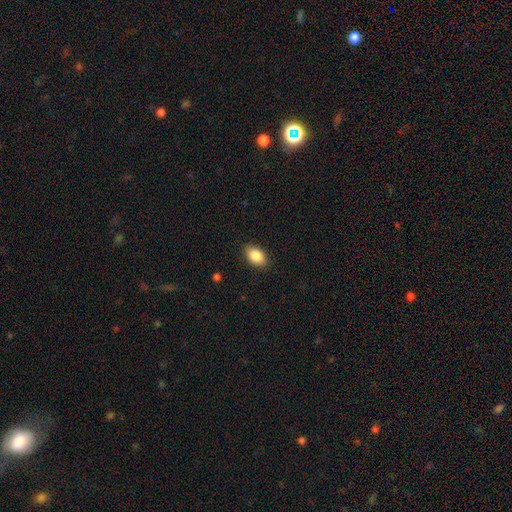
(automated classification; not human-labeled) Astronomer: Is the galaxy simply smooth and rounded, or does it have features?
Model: smooth — 88%.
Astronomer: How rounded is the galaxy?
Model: in between — 89%.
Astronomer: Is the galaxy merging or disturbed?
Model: none — 87%.